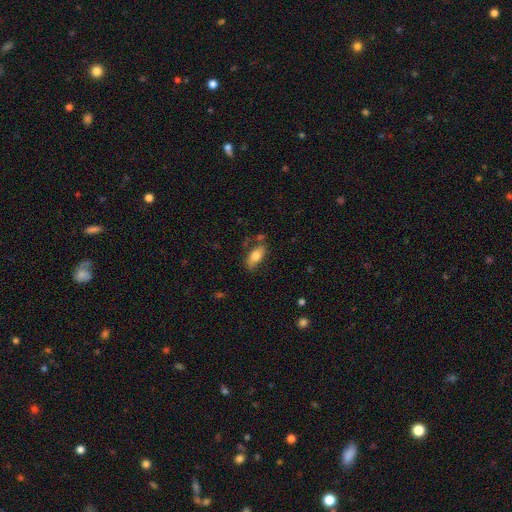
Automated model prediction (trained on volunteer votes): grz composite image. It shows a smooth galaxy with no disk features (75%) that is in between round and cigar-shaped (86%). Merging: none (67%).